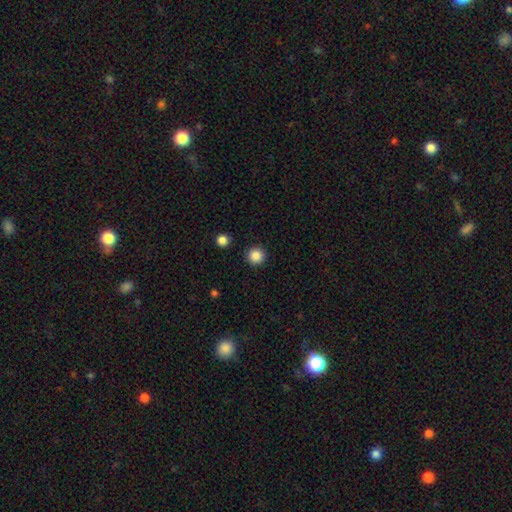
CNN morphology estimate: smooth 87%, star or artifact 10%, featured or disk 3%. Down the decision tree: how rounded — round (96%); merging — none (92%).